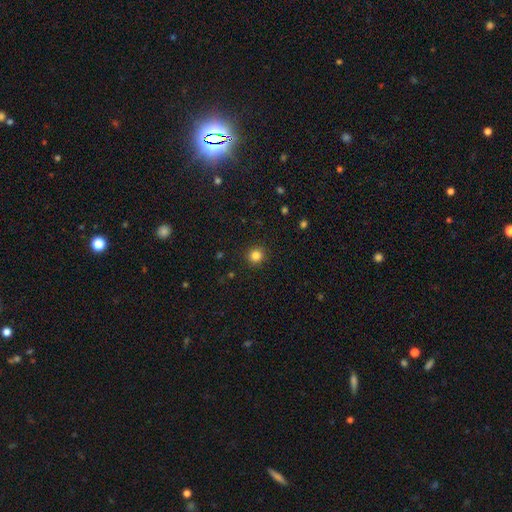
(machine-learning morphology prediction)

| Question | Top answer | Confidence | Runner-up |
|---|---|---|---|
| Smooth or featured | smooth | 84% | star or artifact (12%) |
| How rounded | round | 93% | in between (6%) |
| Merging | none | 92% | minor disturbance (5%) |